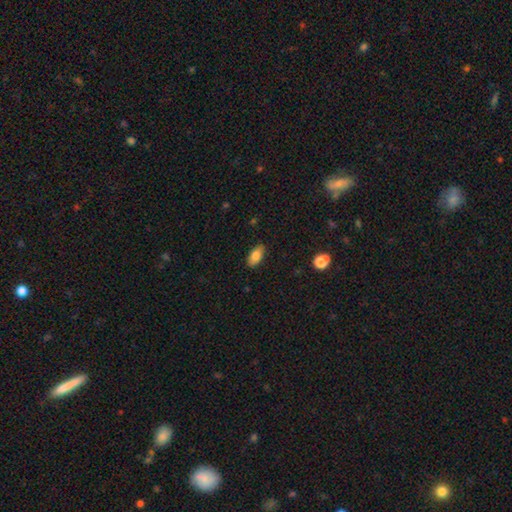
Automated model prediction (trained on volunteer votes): Smooth or featured? Predicted: smooth (p=0.82). How rounded? Predicted: in between (p=0.89). Merging? Predicted: none (p=0.87).